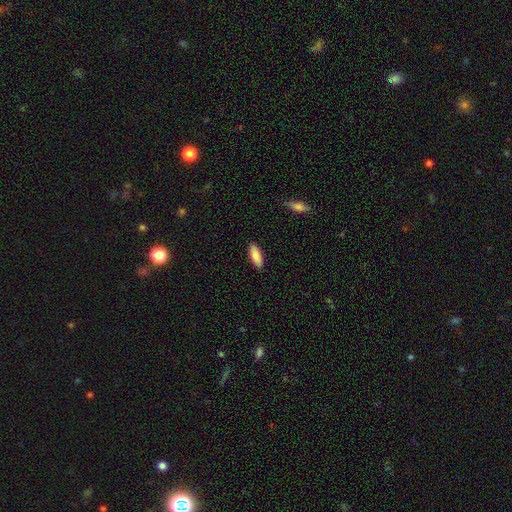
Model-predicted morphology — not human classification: type=smooth (87%); roundness=in between (68%); merging=none (89%).